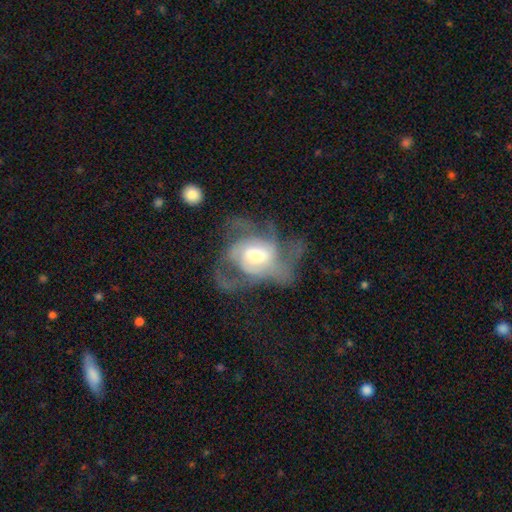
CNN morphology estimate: Smooth or featured? featured or disk (77%)
Edge-on disk? no (97%)
Bar? no (61%)
Spiral arms? yes (83%)
Spiral winding? medium (47%)
Spiral arm count? 3 (36%)
Bulge size? moderate (59%)
Merging? major disturbance (44%)